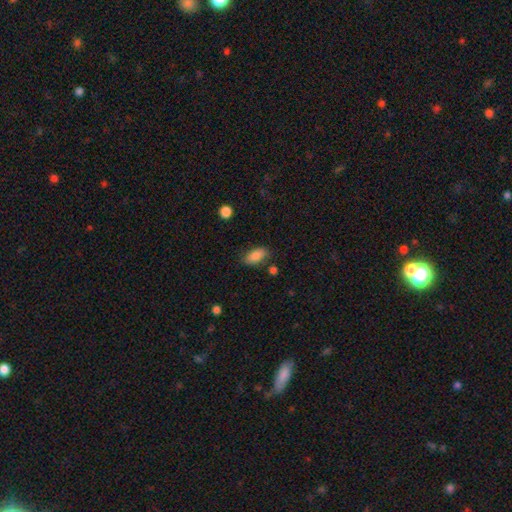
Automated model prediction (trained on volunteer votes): Smooth or featured? Predicted: smooth (p=0.84). How rounded? Predicted: in between (p=0.90). Merging? Predicted: none (p=0.76).